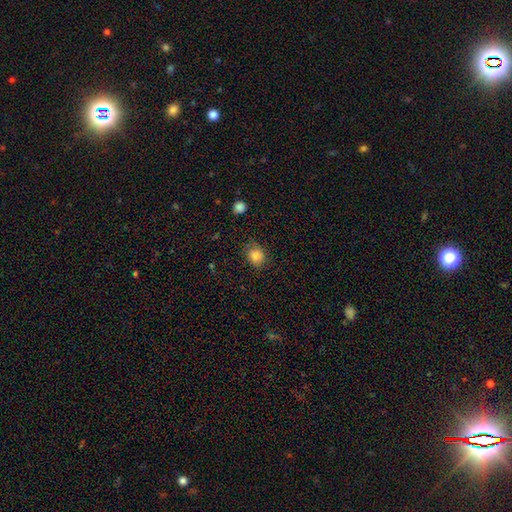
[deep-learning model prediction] Smooth or featured: smooth — 82% (star or artifact — 11%)
How rounded: round — 70% (in between — 30%)
Merging: none — 79% (minor disturbance — 16%)